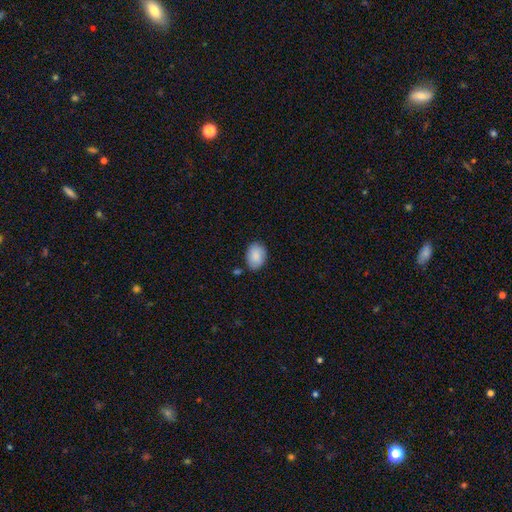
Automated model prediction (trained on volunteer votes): The model was most divided on "how rounded": in between: 77%, round: 22%, cigar-shaped: 1%. More confident: smooth or featured — smooth (87%); merging — none (77%).